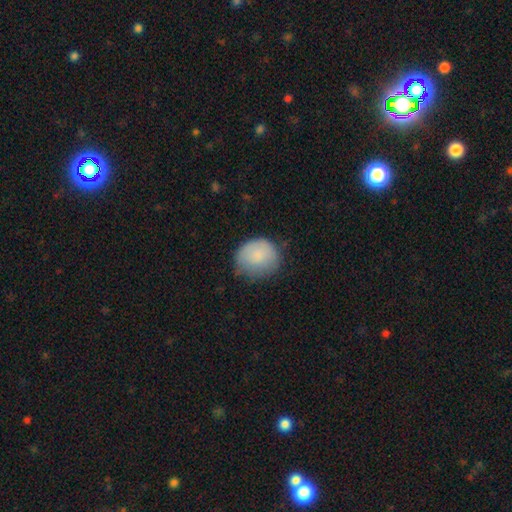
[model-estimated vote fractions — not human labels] Smooth or featured: smooth — 83% (featured or disk — 10%)
How rounded: round — 73% (in between — 26%)
Merging: none — 59% (minor disturbance — 31%)